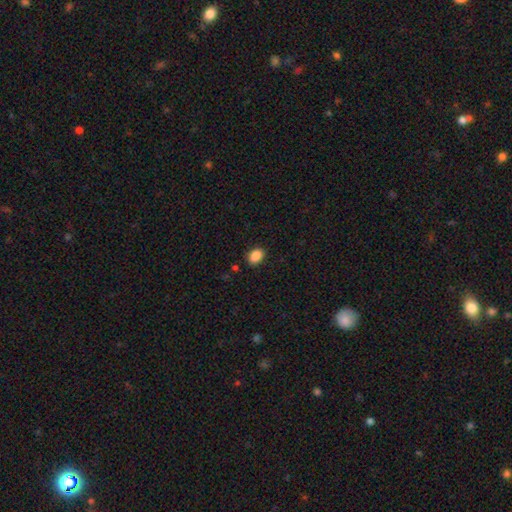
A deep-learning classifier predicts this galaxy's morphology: smooth 88%, star or artifact 8%, featured or disk 3%. Down the decision tree: how rounded — in between (78%); merging — none (87%).